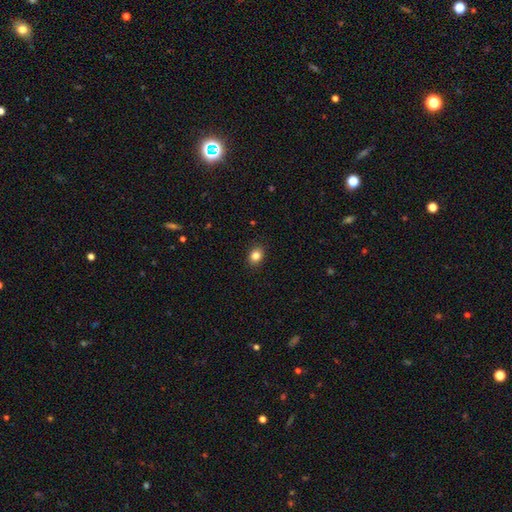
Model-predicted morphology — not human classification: A smooth galaxy with no disk features (84%) that is in between round and cigar-shaped (55%).

Vote fractions:
- Smooth or featured? smooth: 84% / star or artifact: 10% / featured or disk: 5%
- How rounded? in between: 55% / round: 44% / cigar-shaped: 1%
- Merging? none: 89% / minor disturbance: 8% / major disturbance: 2% / merger: 1%